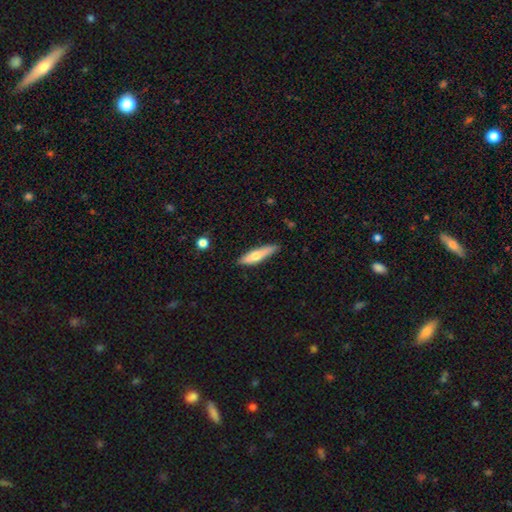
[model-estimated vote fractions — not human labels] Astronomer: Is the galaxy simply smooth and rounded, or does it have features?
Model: smooth — 60%.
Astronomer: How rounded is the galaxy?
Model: cigar-shaped — 70%.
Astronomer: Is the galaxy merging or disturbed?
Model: none — 83%.